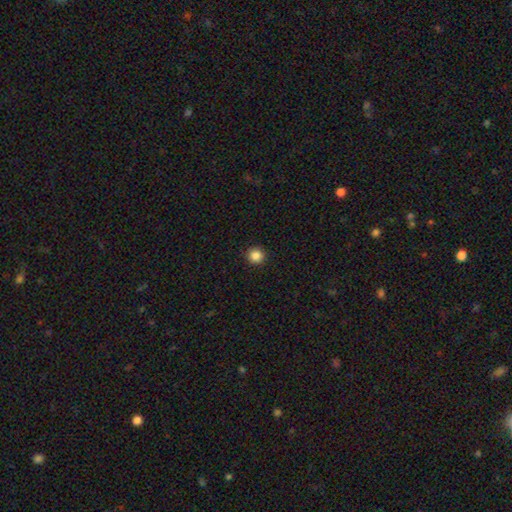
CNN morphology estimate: Smooth or featured: smooth — 86% (star or artifact — 11%)
How rounded: round — 95% (in between — 4%)
Merging: none — 93% (minor disturbance — 4%)